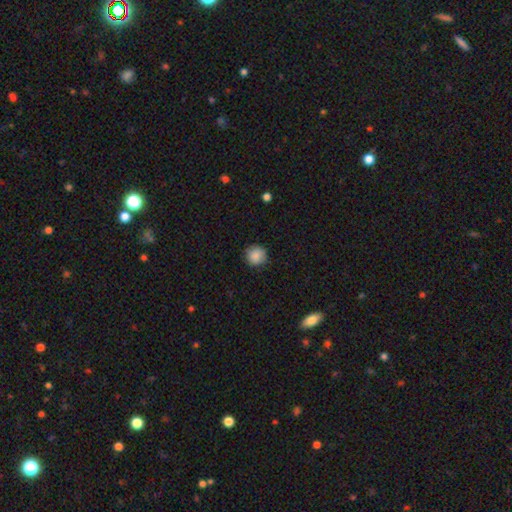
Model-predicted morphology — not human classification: The model was most divided on "merging": none: 88%, minor disturbance: 9%, major disturbance: 2%, merger: 1%. More confident: how rounded — round (93%); smooth or featured — smooth (87%).